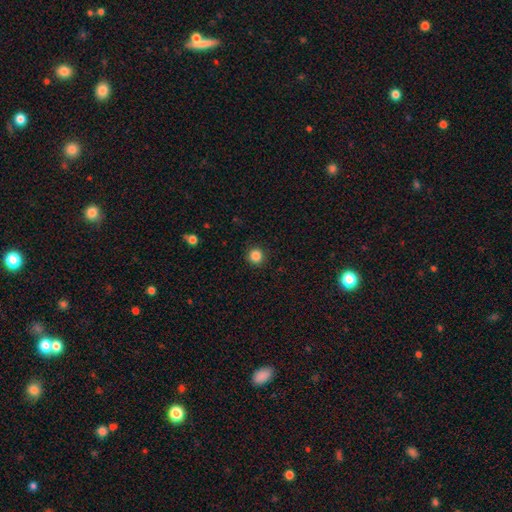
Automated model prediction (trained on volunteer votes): Smooth or featured? smooth (86%)
How rounded? round (95%)
Merging? none (92%)